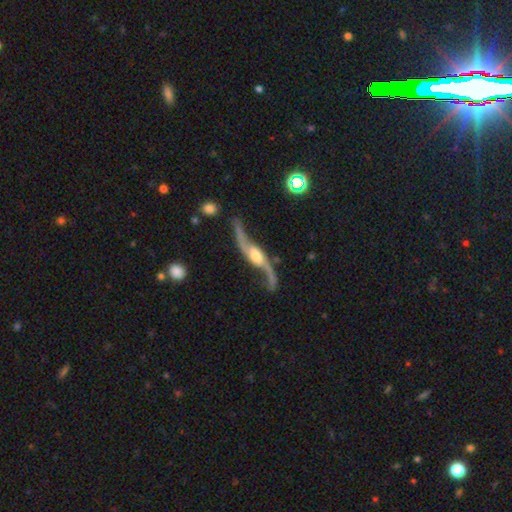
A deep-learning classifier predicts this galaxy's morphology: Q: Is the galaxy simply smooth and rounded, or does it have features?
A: featured or disk — 91%.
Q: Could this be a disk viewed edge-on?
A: no — 81%.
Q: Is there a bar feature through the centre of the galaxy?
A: no — 44%.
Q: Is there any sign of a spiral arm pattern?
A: yes — 96%.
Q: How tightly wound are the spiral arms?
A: loose — 89%.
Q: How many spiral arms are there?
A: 2 — 94%.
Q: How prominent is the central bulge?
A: moderate — 57%.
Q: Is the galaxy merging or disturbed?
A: none — 69%.